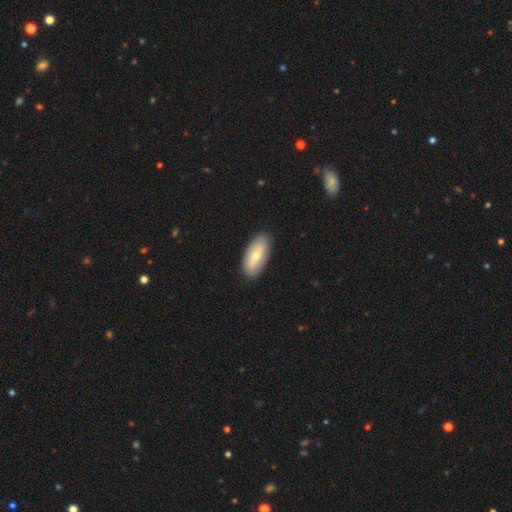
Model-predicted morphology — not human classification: Smooth or featured: smooth — 60% (featured or disk — 34%)
How rounded: in between — 89% (cigar-shaped — 8%)
Merging: none — 88% (minor disturbance — 9%)